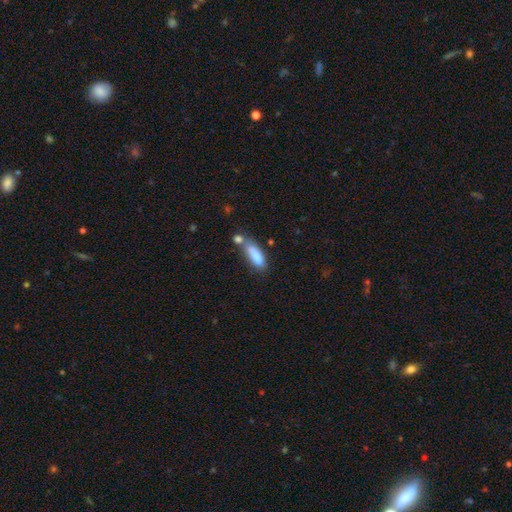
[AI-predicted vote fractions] Q: Smooth or featured?
A: smooth (82%); runner-up: featured or disk (10%)
Q: How rounded?
A: in between (49%); tied with: cigar-shaped (49%)
Q: Merging?
A: none (49%); runner-up: merger (24%)